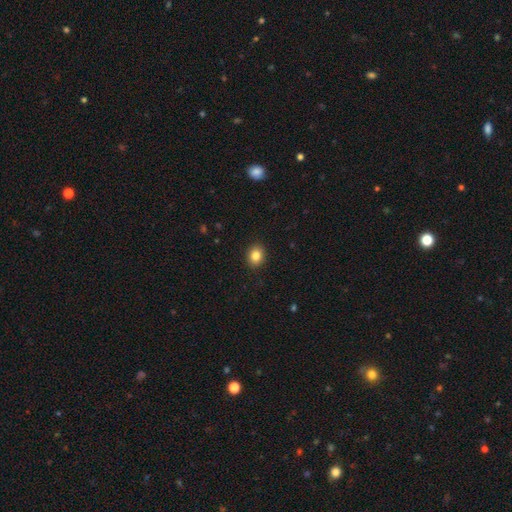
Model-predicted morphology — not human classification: Smooth or featured: smooth — 85% (star or artifact — 10%)
How rounded: round — 58% (in between — 41%)
Merging: none — 90% (minor disturbance — 7%)